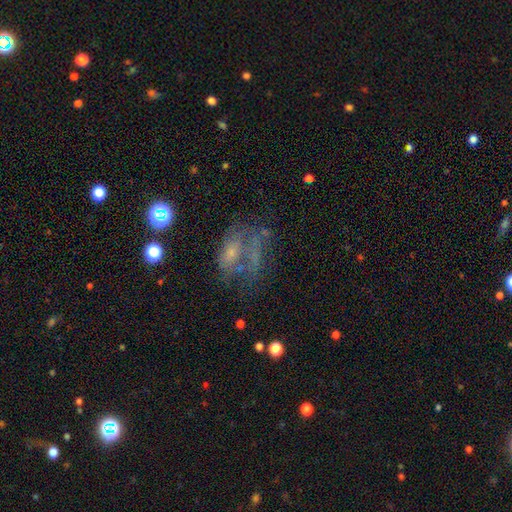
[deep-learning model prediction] featured or disk 49%, smooth 28%, star or artifact 24%. Down the decision tree: merging — major disturbance (38%).